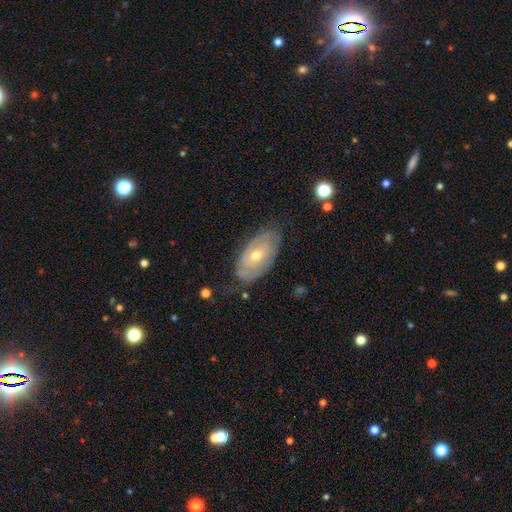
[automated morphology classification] smooth_or_featured: featured or disk (p=0.70) [alt: smooth p=0.24]
disk_edge_on: no (p=0.92) [alt: yes p=0.08]
bar: no (p=0.66) [alt: weak p=0.27]
has_spiral_arms: yes (p=0.77) [alt: no p=0.23]
bulge_size: moderate (p=0.52) [alt: small p=0.45]
merging: none (p=0.71) [alt: minor disturbance p=0.22]